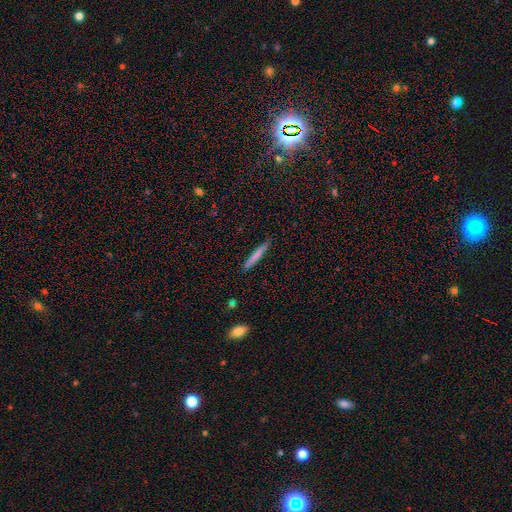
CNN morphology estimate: smooth_or_featured: smooth (p=0.74) [alt: featured or disk p=0.20]
how_rounded: cigar-shaped (p=0.95) [alt: in between p=0.03]
merging: none (p=0.87) [alt: minor disturbance p=0.10]